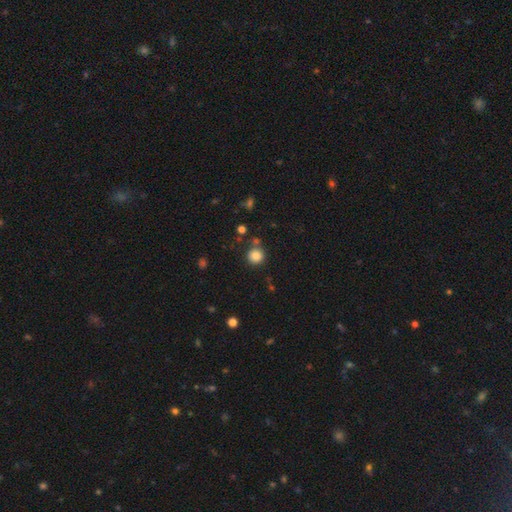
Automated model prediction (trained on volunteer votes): Smooth or featured? smooth (85%)
How rounded? round (92%)
Merging? none (78%)